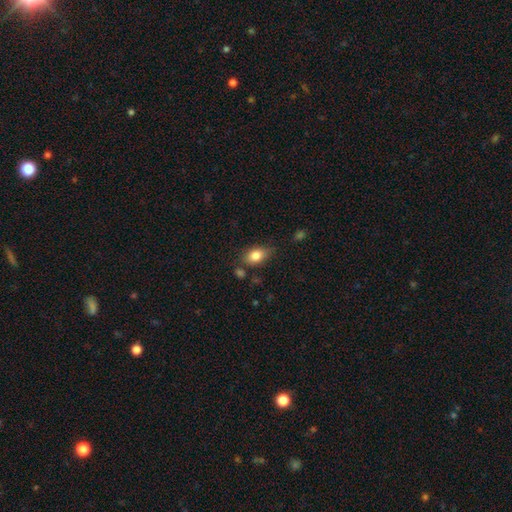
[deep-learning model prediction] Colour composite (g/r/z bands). It shows a smooth galaxy with no disk features (83%) that is in between round and cigar-shaped (81%). Merging: none (69%).